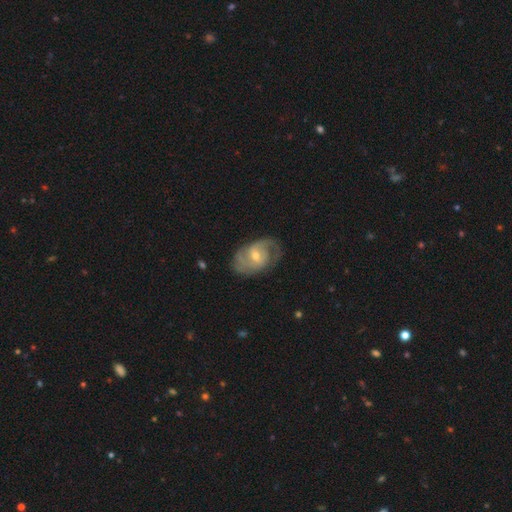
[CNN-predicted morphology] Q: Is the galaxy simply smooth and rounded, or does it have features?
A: featured or disk — 81%.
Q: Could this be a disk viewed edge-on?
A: no — 96%.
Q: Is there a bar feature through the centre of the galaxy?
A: weak — 48%.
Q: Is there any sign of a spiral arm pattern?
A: yes — 93%.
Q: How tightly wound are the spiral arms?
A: medium — 46%.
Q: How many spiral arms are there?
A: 2 — 62%.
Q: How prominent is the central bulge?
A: moderate — 50%.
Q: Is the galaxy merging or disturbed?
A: none — 71%.